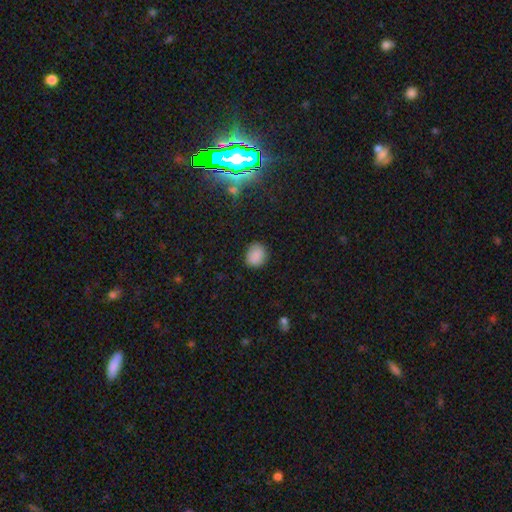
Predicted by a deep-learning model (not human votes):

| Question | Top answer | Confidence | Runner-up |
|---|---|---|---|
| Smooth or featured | smooth | 86% | star or artifact (10%) |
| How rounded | round | 65% | in between (34%) |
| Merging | none | 83% | minor disturbance (13%) |